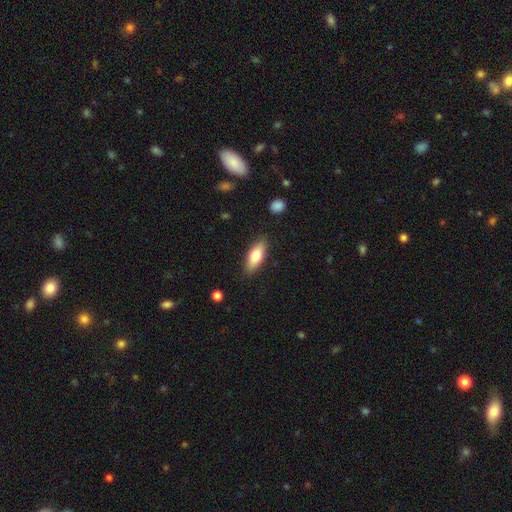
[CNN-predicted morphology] smooth-or-featured: smooth: 71% | featured or disk: 23% | star or artifact: 6%
  how-rounded: in between: 71% | cigar-shaped: 27% | round: 3%
  merging: none: 86% | minor disturbance: 10% | major disturbance: 2% | merger: 1%